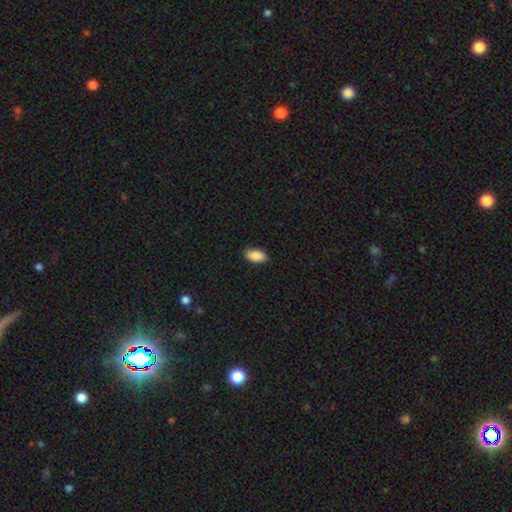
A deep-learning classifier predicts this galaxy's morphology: Q: Smooth or featured?
A: smooth (90%); runner-up: star or artifact (7%)
Q: How rounded?
A: in between (94%); runner-up: round (3%)
Q: Merging?
A: none (88%); runner-up: minor disturbance (9%)